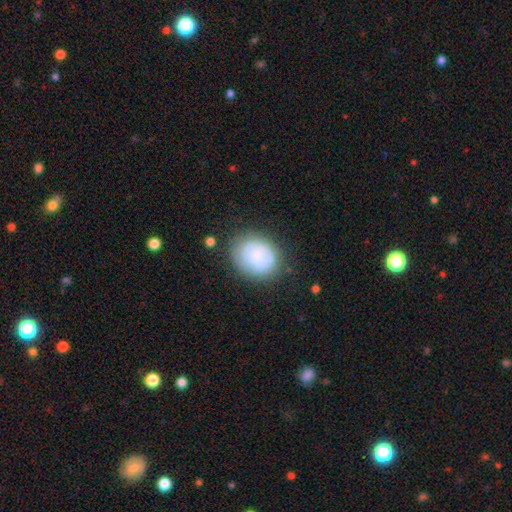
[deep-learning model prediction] smooth-or-featured: smooth: 71% | featured or disk: 21% | star or artifact: 8%
  how-rounded: round: 58% | in between: 41% | cigar-shaped: 1%
  merging: none: 70% | minor disturbance: 19% | major disturbance: 8% | merger: 3%